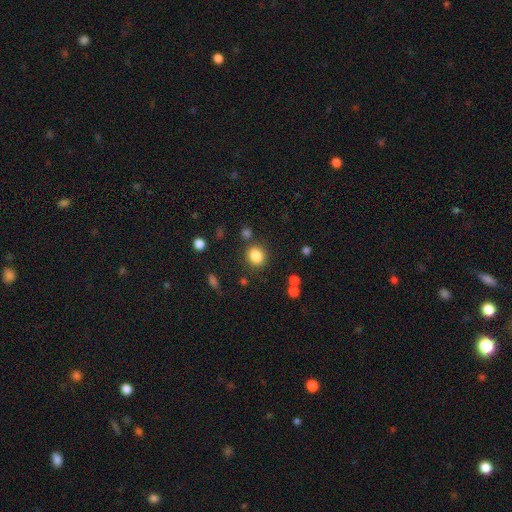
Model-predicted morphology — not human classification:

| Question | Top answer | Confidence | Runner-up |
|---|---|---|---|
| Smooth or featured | smooth | 84% | star or artifact (10%) |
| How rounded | round | 65% | in between (34%) |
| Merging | none | 79% | minor disturbance (11%) |